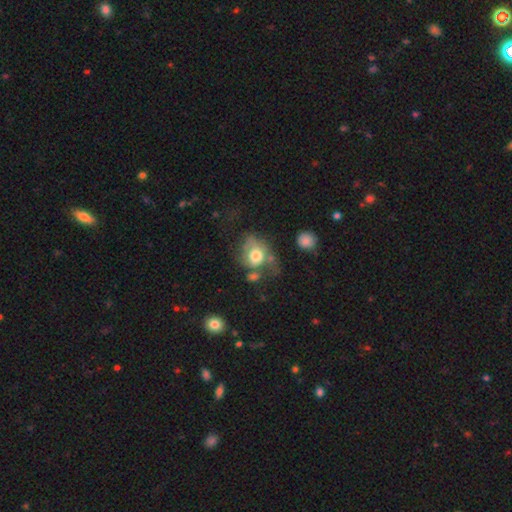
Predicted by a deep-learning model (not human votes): smooth_or_featured: smooth (p=0.63) [alt: featured or disk p=0.27]
how_rounded: round (p=0.56) [alt: in between p=0.42]
merging: major disturbance (p=0.34) [alt: none p=0.27]